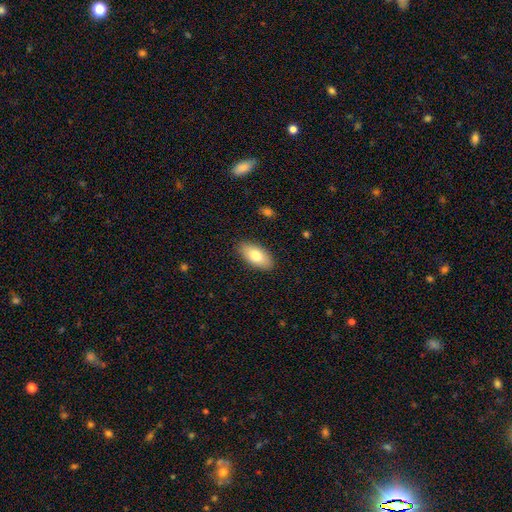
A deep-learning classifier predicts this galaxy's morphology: Q: Smooth or featured?
A: smooth (76%); runner-up: featured or disk (17%)
Q: How rounded?
A: in between (91%); runner-up: cigar-shaped (6%)
Q: Merging?
A: none (88%); runner-up: minor disturbance (9%)